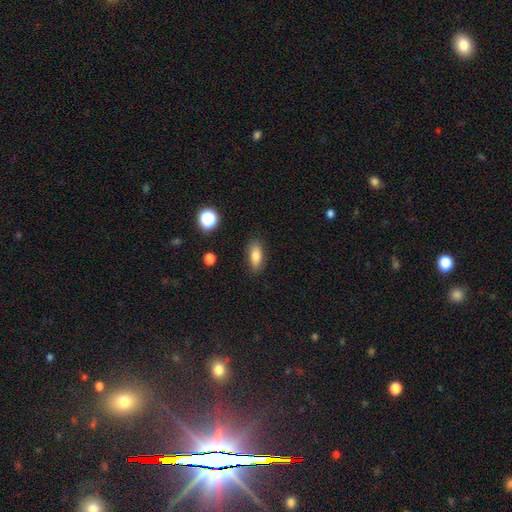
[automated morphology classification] A smooth galaxy with no disk features (80%) that is in between round and cigar-shaped (77%). Merging: none (85%).